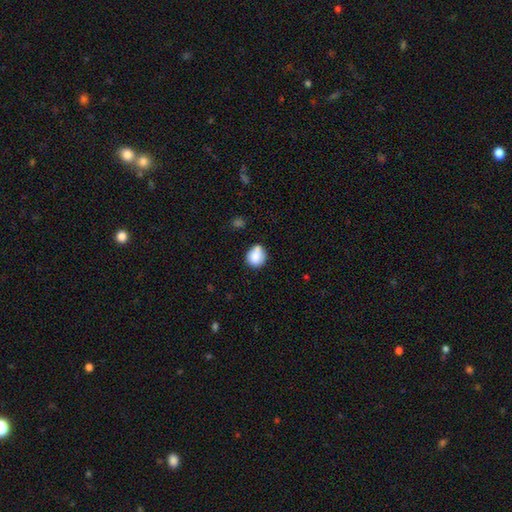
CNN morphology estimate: Q: Smooth or featured?
A: smooth (86%); runner-up: star or artifact (8%)
Q: How rounded?
A: round (72%); runner-up: in between (27%)
Q: Merging?
A: none (63%); runner-up: minor disturbance (25%)